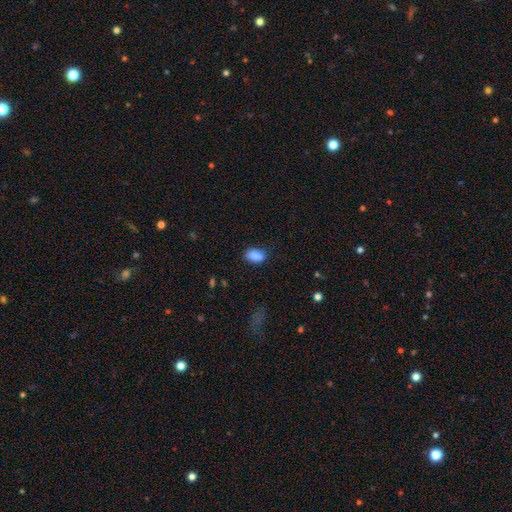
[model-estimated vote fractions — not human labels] This is clearly a smooth galaxy (85%). How rounded: clearly in between (86%). Merging: likely none (78%).